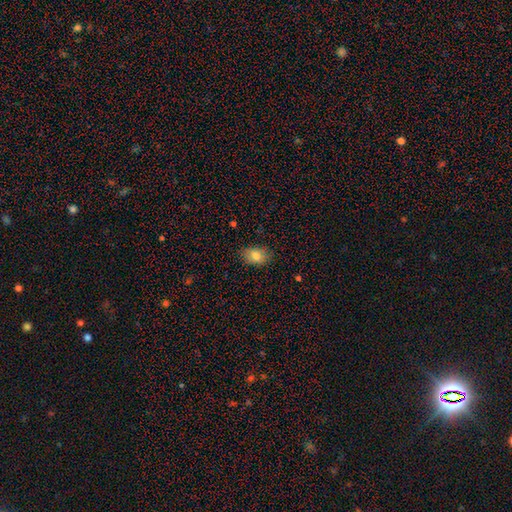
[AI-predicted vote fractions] The model was most divided on "how rounded": in between: 82%, round: 17%, cigar-shaped: 1%. More confident: merging — none (83%); smooth or featured — smooth (81%).